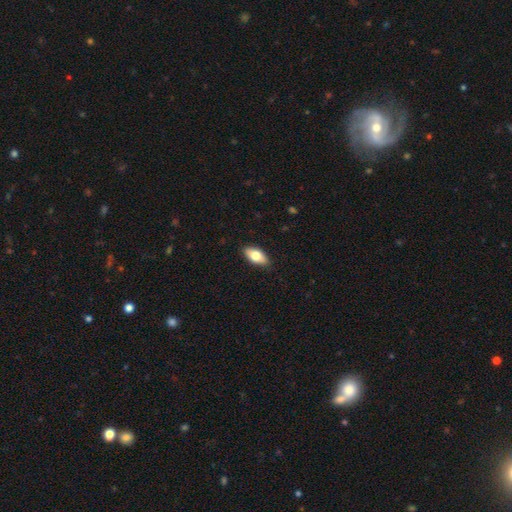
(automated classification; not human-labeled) Overall: smooth (76%). How rounded: in between (90%). Merging: none (87%).